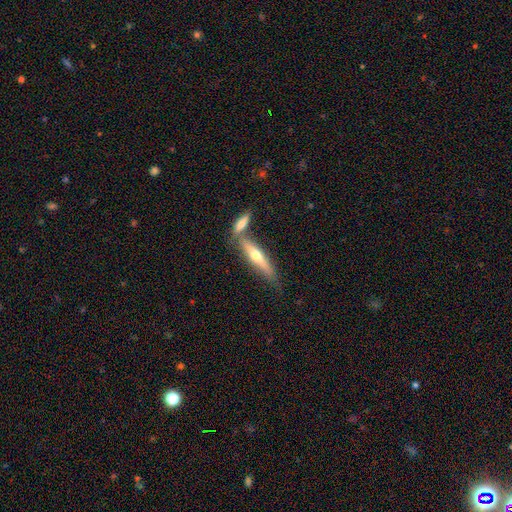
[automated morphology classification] type=featured or disk (52%); edge-on=yes (89%); merging=none (55%).